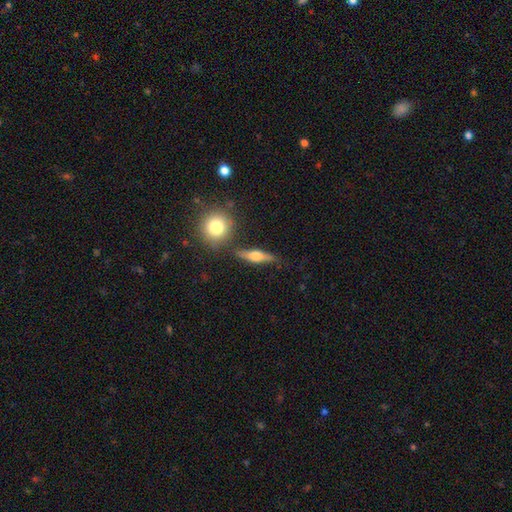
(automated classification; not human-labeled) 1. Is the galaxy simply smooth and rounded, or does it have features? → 54% featured or disk, 39% smooth, 8% star or artifact.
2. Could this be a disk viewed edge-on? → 89% yes, 11% no.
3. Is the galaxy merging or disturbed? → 76% none, 13% minor disturbance, 7% merger, 4% major disturbance.